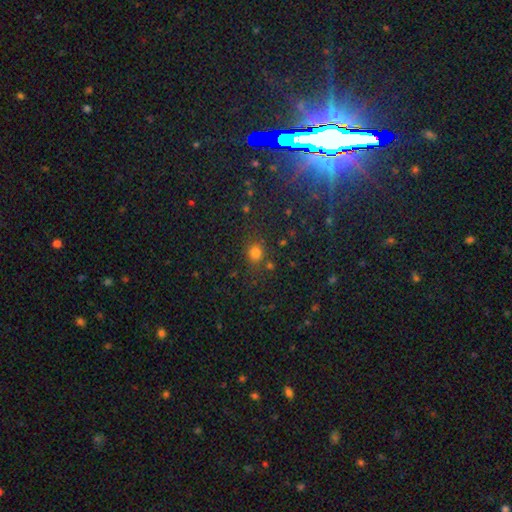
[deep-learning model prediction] Smooth or featured? smooth (67%)
How rounded? round (79%)
Merging? none (83%)